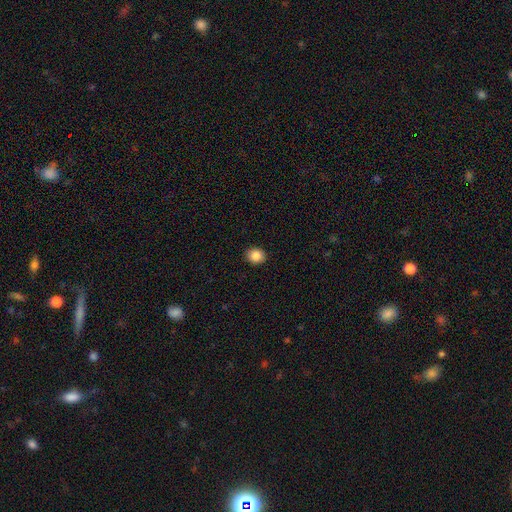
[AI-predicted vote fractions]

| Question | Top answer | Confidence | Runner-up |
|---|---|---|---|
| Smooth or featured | smooth | 86% | star or artifact (9%) |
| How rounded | round | 65% | in between (34%) |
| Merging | none | 92% | minor disturbance (6%) |